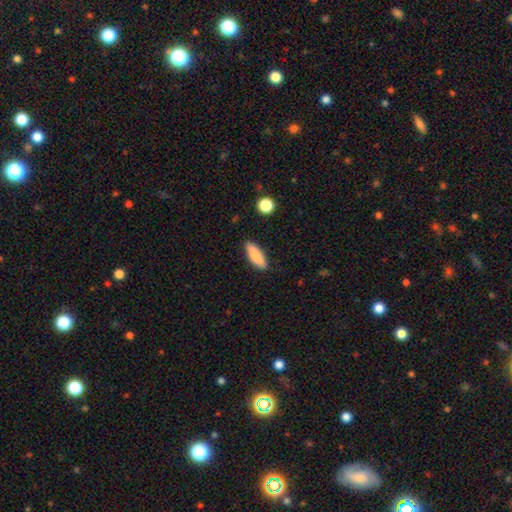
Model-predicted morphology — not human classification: A smooth galaxy with no disk features (82%) that is in between round and cigar-shaped (57%).

Vote fractions:
- Smooth or featured? smooth: 82% / featured or disk: 12% / star or artifact: 6%
- How rounded? in between: 57% / cigar-shaped: 41% / round: 2%
- Merging? none: 86% / minor disturbance: 11% / major disturbance: 2% / merger: 2%